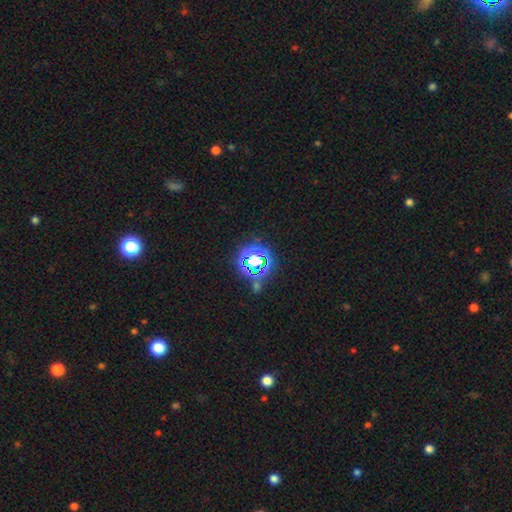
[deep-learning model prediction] star or artifact 66%, smooth 24%, featured or disk 10%.